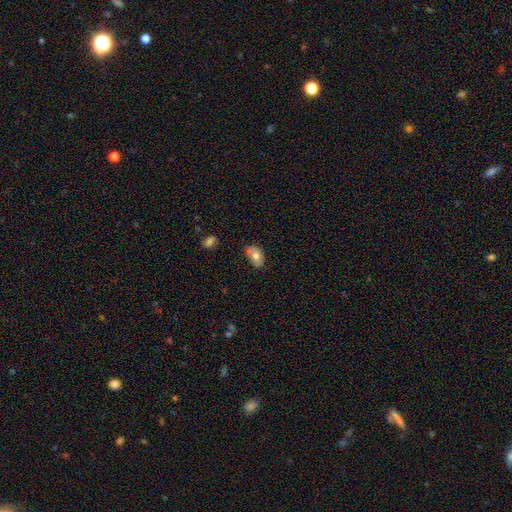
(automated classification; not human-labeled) smooth_or_featured: smooth (p=0.71) [alt: featured or disk p=0.21]
how_rounded: in between (p=0.87) [alt: round p=0.12]
merging: none (p=0.69) [alt: minor disturbance p=0.25]